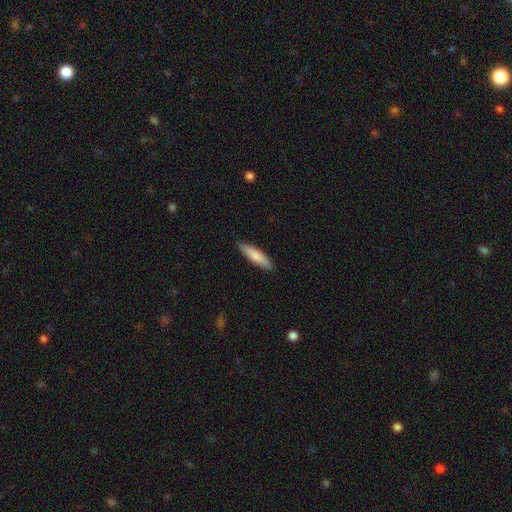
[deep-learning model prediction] A smooth galaxy with no disk features (82%) that is cigar-shaped (71%). Merging: none (87%).